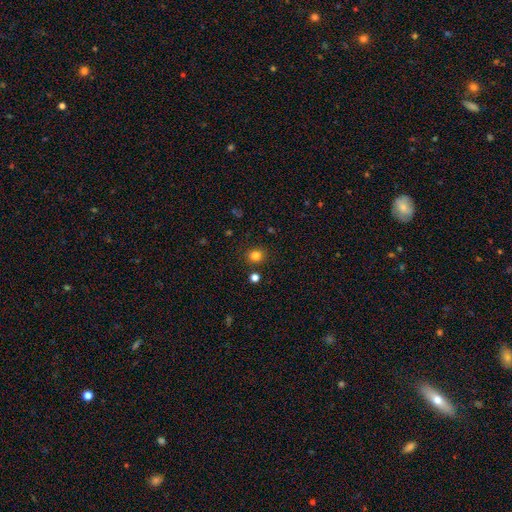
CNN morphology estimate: Smooth or featured?
  - smooth: 82% *
  - star or artifact: 13%
  - featured or disk: 5%
How rounded?
  - round: 78% *
  - in between: 21%
  - cigar-shaped: 1%
Merging?
  - none: 87% *
  - minor disturbance: 7%
  - merger: 3%
  - major disturbance: 2%